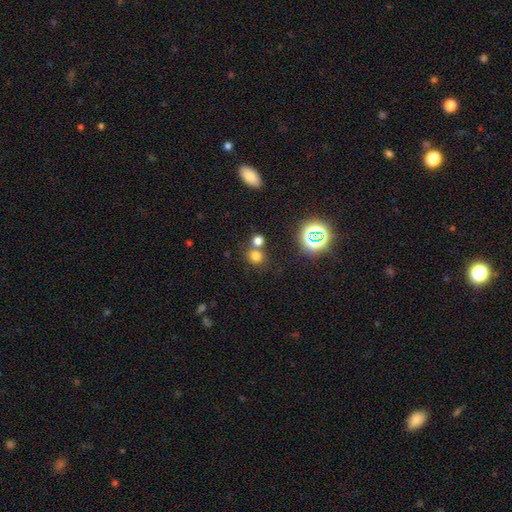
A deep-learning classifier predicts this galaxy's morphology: Smooth or featured?
  - smooth: 70% *
  - star or artifact: 23%
  - featured or disk: 7%
How rounded?
  - round: 84% *
  - in between: 15%
  - cigar-shaped: 1%
Merging?
  - none: 58% *
  - merger: 31%
  - minor disturbance: 8%
  - major disturbance: 4%